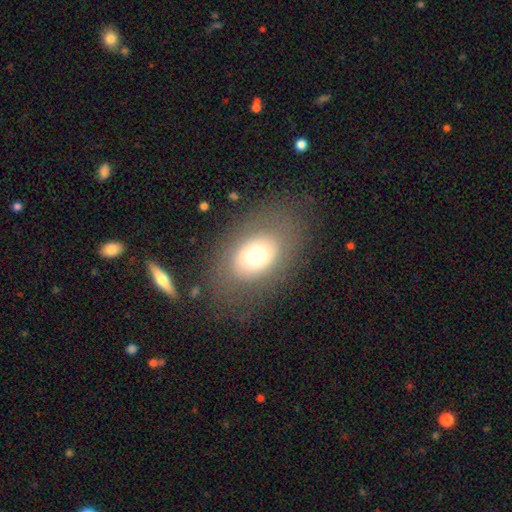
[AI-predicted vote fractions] Q: Smooth or featured?
A: smooth (63%); runner-up: featured or disk (26%)
Q: How rounded?
A: in between (79%); runner-up: round (20%)
Q: Merging?
A: none (77%); runner-up: minor disturbance (12%)